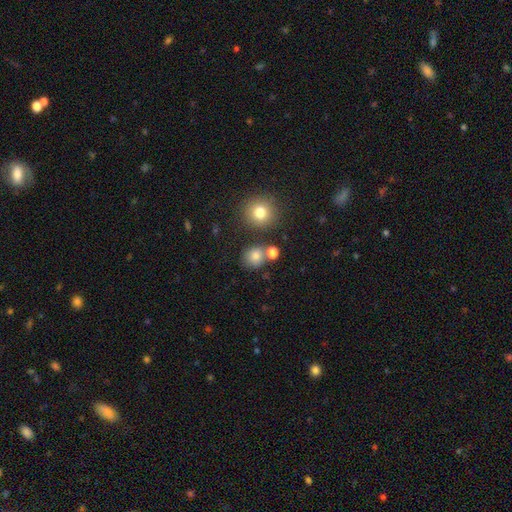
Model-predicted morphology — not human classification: smooth_or_featured: smooth (p=0.77) [alt: star or artifact p=0.15]
how_rounded: round (p=0.78) [alt: in between p=0.21]
merging: none (p=0.72) [alt: merger p=0.14]